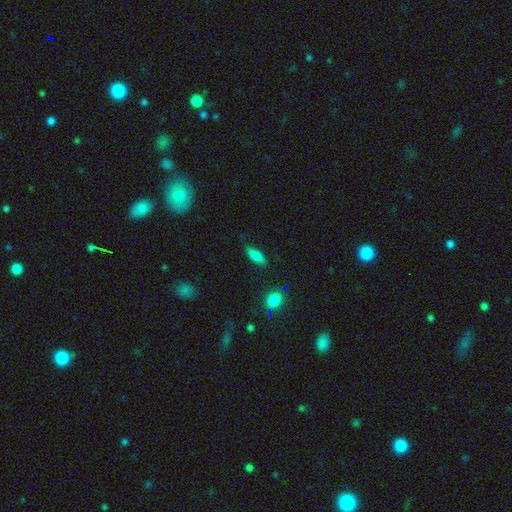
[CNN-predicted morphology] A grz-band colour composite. It shows a smooth galaxy with no disk features (81%) that is in between round and cigar-shaped (68%). Merging: none (76%).